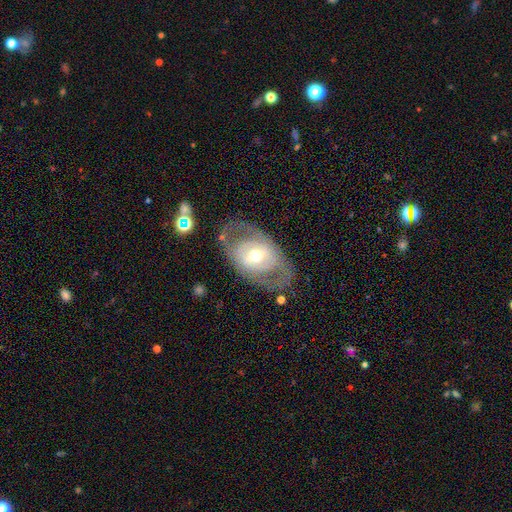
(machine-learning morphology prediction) Overall: featured or disk (67%; smooth 27%). Edge-on disk: no (91%). Bar: no (49%; weak 33%). Spiral arms: no (64%; yes 36%). Bulge size: moderate (67%). Merging: none (72%).